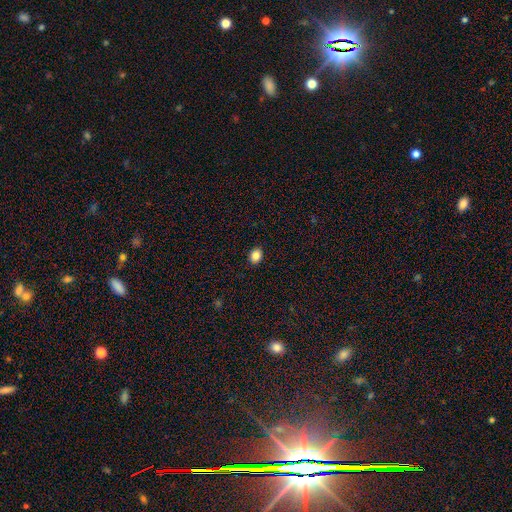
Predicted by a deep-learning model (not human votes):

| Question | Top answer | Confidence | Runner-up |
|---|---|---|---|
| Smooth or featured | smooth | 86% | star or artifact (10%) |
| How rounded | in between | 52% | round (47%) |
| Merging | none | 91% | minor disturbance (6%) |